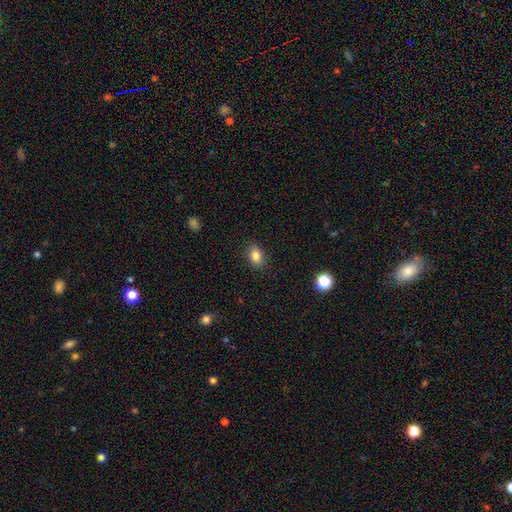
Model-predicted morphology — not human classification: A smooth galaxy with no disk features (84%) that is in between round and cigar-shaped (76%). Merging: none (88%).